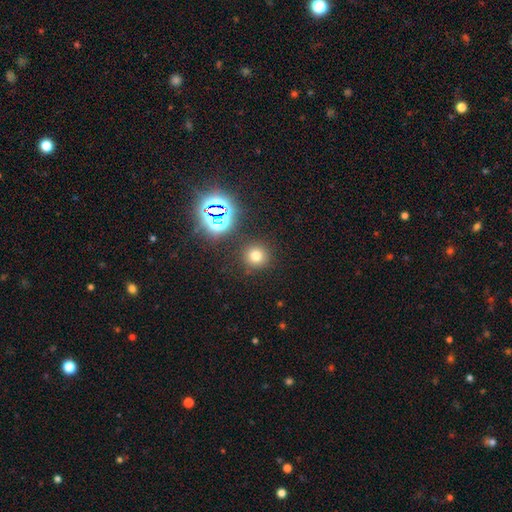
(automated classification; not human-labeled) Morphology: type=smooth (70%); roundness=round (93%); merging=none (87%).